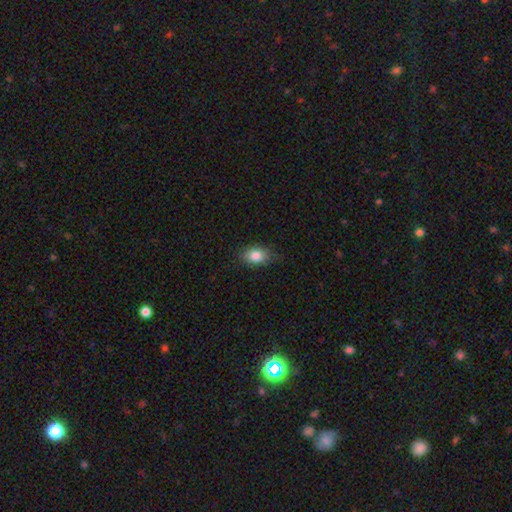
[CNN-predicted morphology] smooth_or_featured: smooth (p=0.84) [alt: star or artifact p=0.08]
how_rounded: in between (p=0.81) [alt: round p=0.18]
merging: none (p=0.79) [alt: minor disturbance p=0.17]